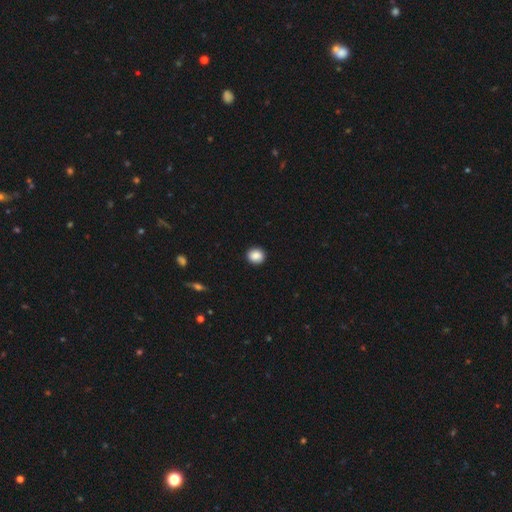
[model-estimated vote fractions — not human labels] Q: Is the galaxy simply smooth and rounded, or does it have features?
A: smooth — 88%.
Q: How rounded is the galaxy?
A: round — 85%.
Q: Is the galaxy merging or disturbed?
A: none — 92%.